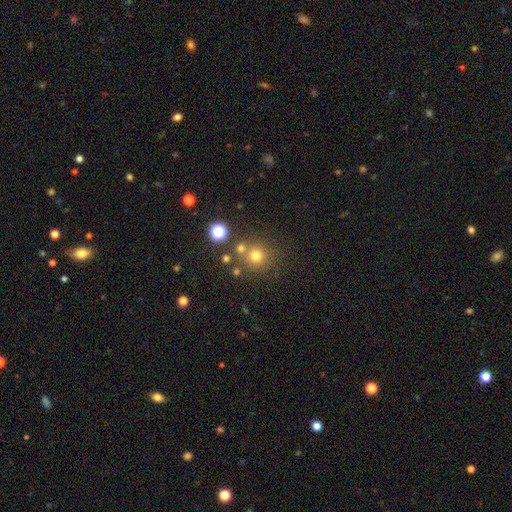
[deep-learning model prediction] The model was most divided on "smooth or featured": smooth: 71%, star or artifact: 20%, featured or disk: 9%. More confident: how rounded — round (92%); merging — none (71%).